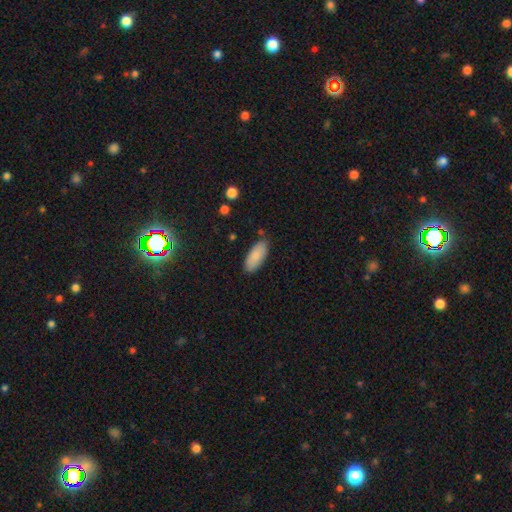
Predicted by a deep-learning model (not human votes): Smooth or featured? smooth (88%)
How rounded? in between (86%)
Merging? none (84%)